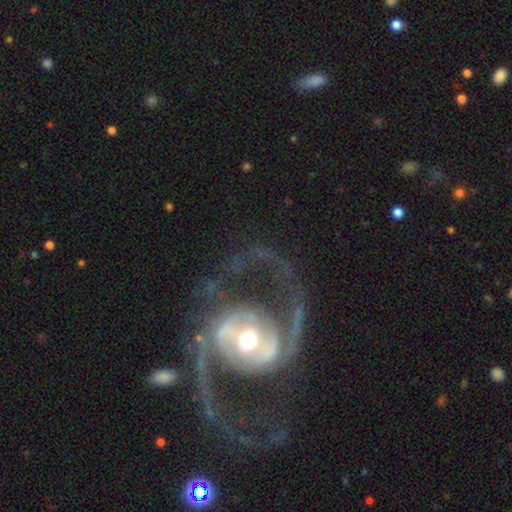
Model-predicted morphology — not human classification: A featured or disk galaxy (90%) with no bar (36%), 2 (90%) medium (53%) spiral arms (94%) and a moderate central bulge (65%).

Vote fractions:
- Smooth or featured? featured or disk: 90% / smooth: 5% / star or artifact: 5%
- Edge-on disk? no: 97% / yes: 3%
- Bar? no: 36% / weak: 32% / strong: 32%
- Spiral arms? yes: 94% / no: 6%
- Spiral winding? medium: 53% / loose: 30% / tight: 17%
- Spiral arm count? 2: 90% / can't tell: 3% / 1: 2% / 3: 2% / 4: 1% / more than 4: 1%
- Bulge size? moderate: 65% / small: 18% / large: 14% / dominant: 2% / none: 1%
- Merging? none: 67% / major disturbance: 17% / minor disturbance: 13% / merger: 3%